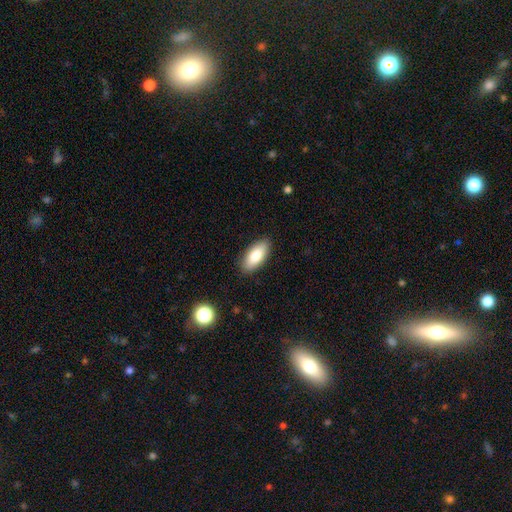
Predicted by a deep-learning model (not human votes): smooth 83%, featured or disk 11%, star or artifact 6%. Down the decision tree: how rounded — in between (85%); merging — none (88%).